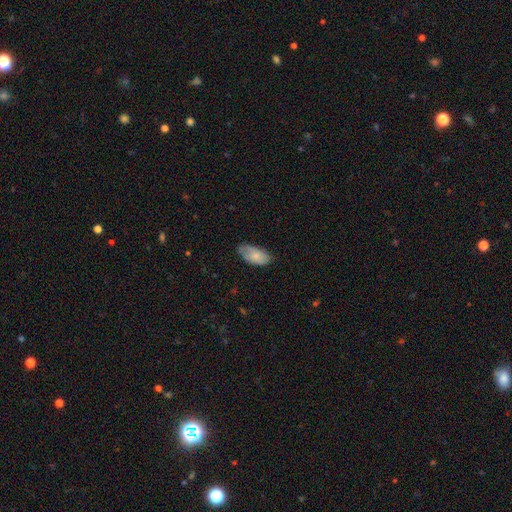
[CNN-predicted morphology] This is likely a smooth galaxy (78%). How rounded: clearly in between (94%). Merging: possibly none (60%).